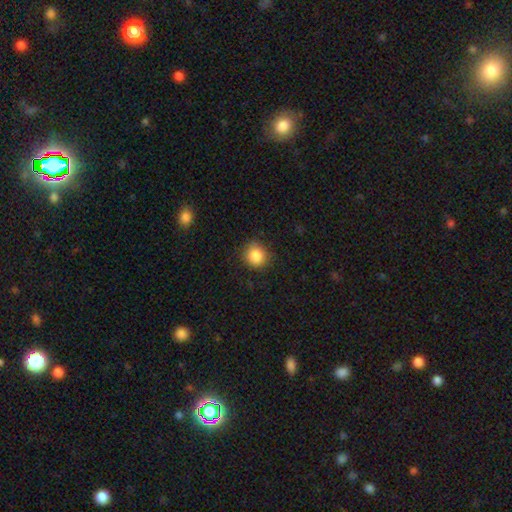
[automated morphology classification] Smooth or featured: smooth — 86% (star or artifact — 10%)
How rounded: round — 89% (in between — 10%)
Merging: none — 85% (minor disturbance — 11%)